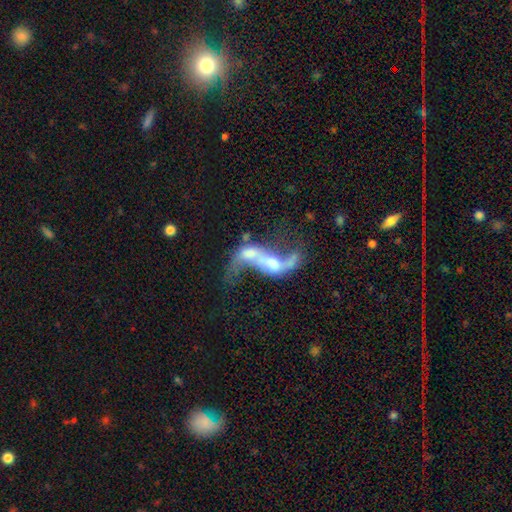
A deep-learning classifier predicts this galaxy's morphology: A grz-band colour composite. It shows a featured or disk galaxy (70%) with no bar (53%), spiral arms (62%) and a moderate central bulge (34%). Merging: merger (59%).